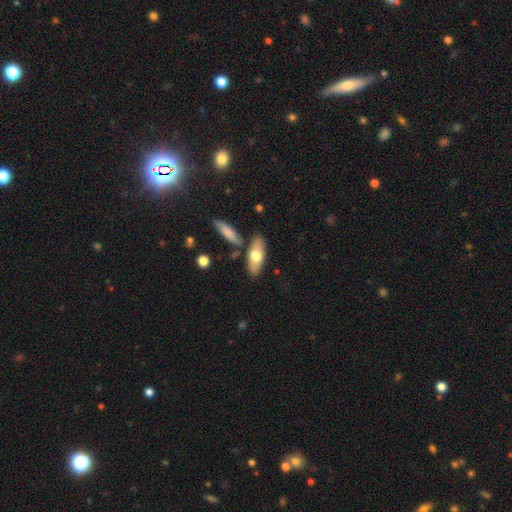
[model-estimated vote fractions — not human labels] Smooth or featured?
  - smooth: 66% *
  - featured or disk: 28%
  - star or artifact: 5%
How rounded?
  - in between: 75% *
  - cigar-shaped: 22%
  - round: 3%
Merging?
  - none: 76% *
  - minor disturbance: 11%
  - merger: 10%
  - major disturbance: 3%